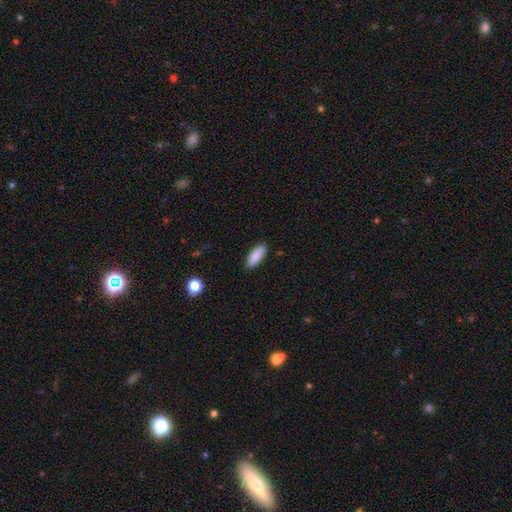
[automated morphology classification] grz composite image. It shows a smooth galaxy with no disk features (88%) that is in between round and cigar-shaped (71%). Merging: none (87%).